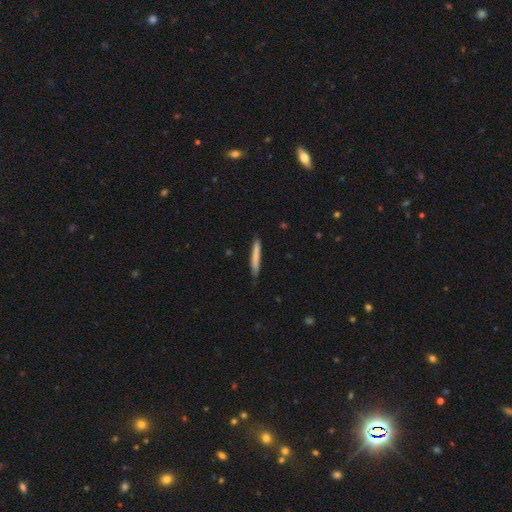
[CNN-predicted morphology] Smooth or featured? Predicted: smooth (p=0.74). How rounded? Predicted: cigar-shaped (p=0.96). Merging? Predicted: none (p=0.84).